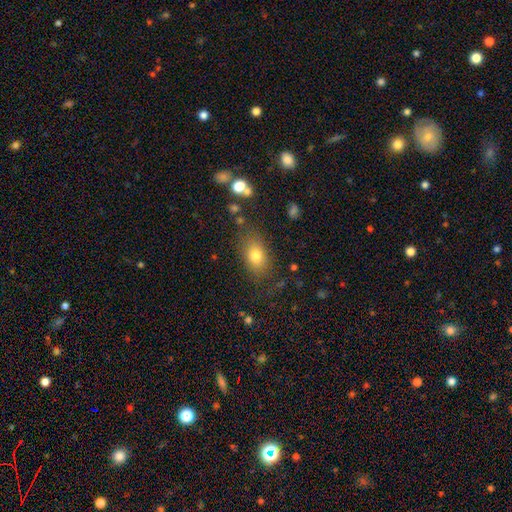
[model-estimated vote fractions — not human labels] This appears to be a smooth galaxy with no disk features (76%) that is in between round and cigar-shaped (81%). Merging: none (76%).